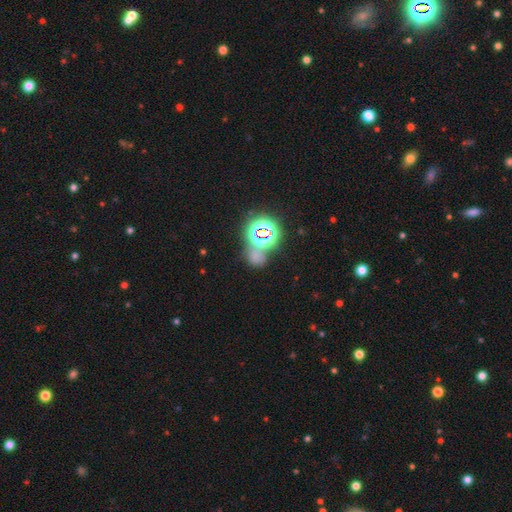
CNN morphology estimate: Smooth or featured? Predicted: star or artifact (p=0.55).